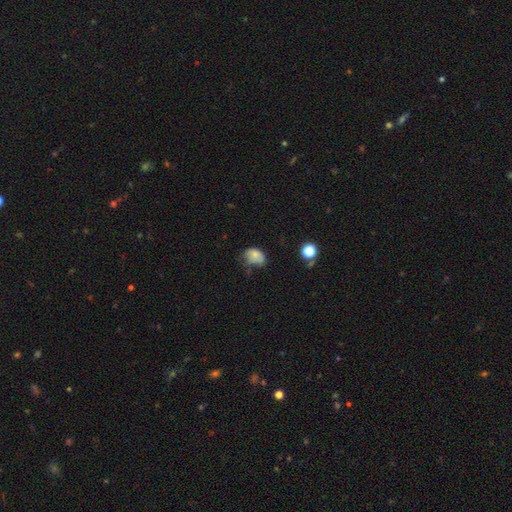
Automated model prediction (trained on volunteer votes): smooth_or_featured: smooth (p=0.75) [alt: featured or disk p=0.15]
how_rounded: in between (p=0.75) [alt: round p=0.24]
merging: minor disturbance (p=0.41) [alt: none p=0.38]